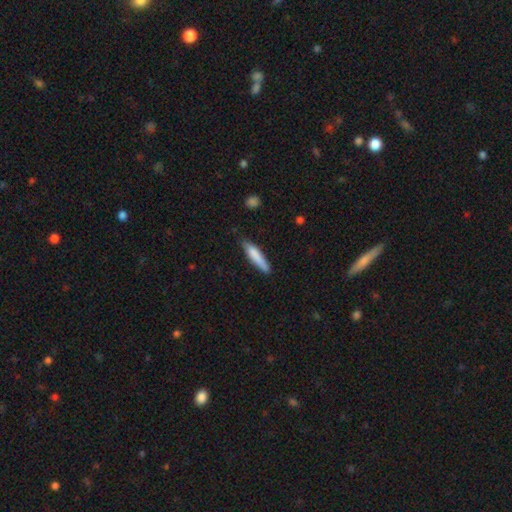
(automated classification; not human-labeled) Smooth or featured: smooth — 79% (featured or disk — 15%)
How rounded: cigar-shaped — 85% (in between — 13%)
Merging: none — 79% (minor disturbance — 17%)